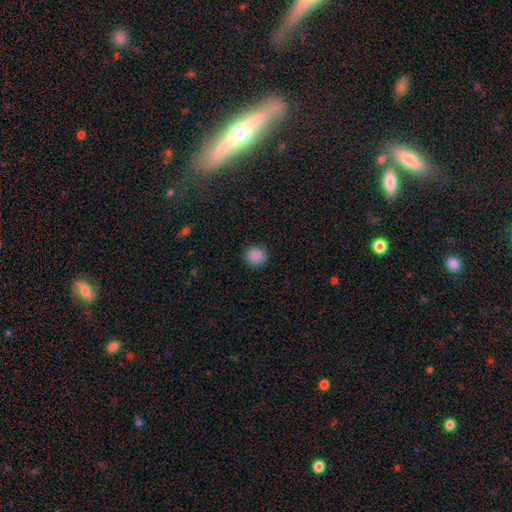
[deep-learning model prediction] This appears to be a smooth galaxy with no disk features (88%) that is round (92%). Merging: none (91%).